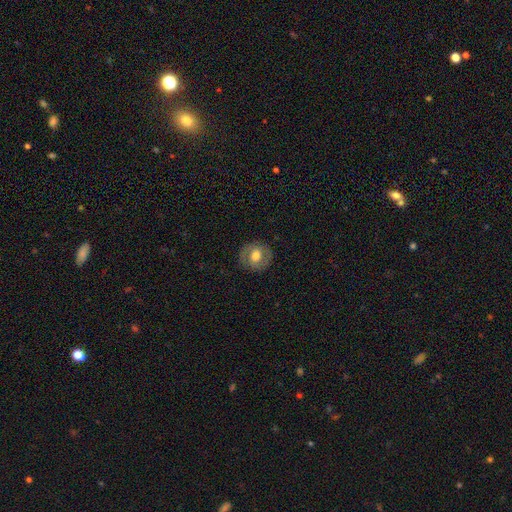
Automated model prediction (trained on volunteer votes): A smooth galaxy with no disk features (52%) that is round (86%). Merging: none (85%).